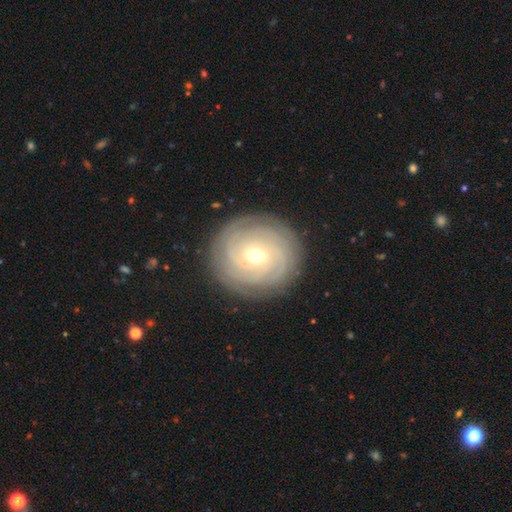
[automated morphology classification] Smooth or featured? Predicted: featured or disk (p=0.84). Edge-on disk? Predicted: no (p=0.97). Bar? Predicted: no (p=0.46). Spiral arms? Predicted: yes (p=0.96). Spiral winding? Predicted: tight (p=0.87). Spiral arm count? Predicted: can't tell (p=0.29). Bulge size? Predicted: moderate (p=0.54). Merging? Predicted: none (p=0.87).